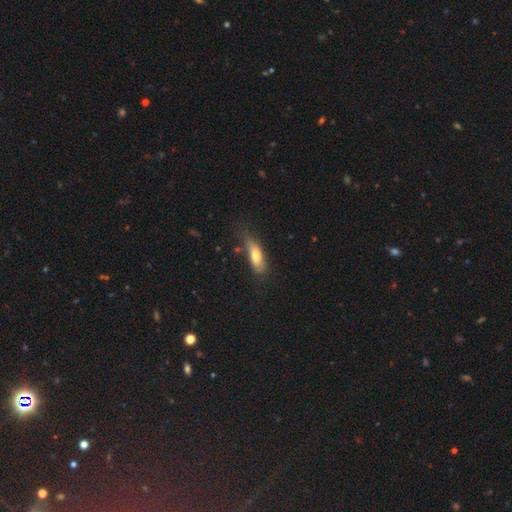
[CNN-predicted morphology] Smooth or featured? Predicted: smooth (p=0.68). How rounded? Predicted: in between (p=0.59). Merging? Predicted: none (p=0.55).